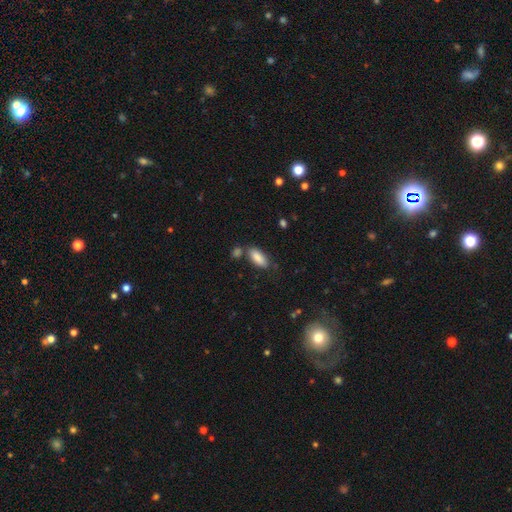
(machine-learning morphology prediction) smooth_or_featured: smooth (p=0.86) [alt: star or artifact p=0.07]
how_rounded: in between (p=0.82) [alt: cigar-shaped p=0.16]
merging: none (p=0.70) [alt: minor disturbance p=0.15]